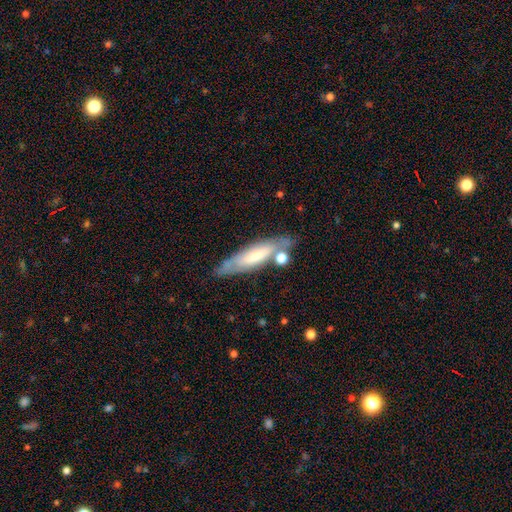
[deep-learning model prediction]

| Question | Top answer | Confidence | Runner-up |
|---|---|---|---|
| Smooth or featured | featured or disk | 47% | smooth (46%) |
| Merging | none | 66% | minor disturbance (18%) |